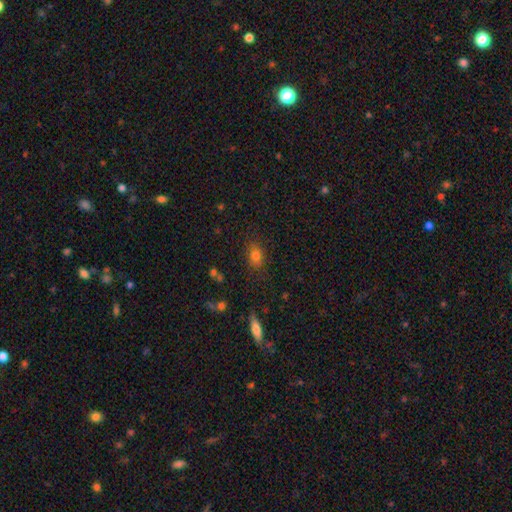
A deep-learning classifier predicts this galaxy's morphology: Smooth or featured? Predicted: smooth (p=0.79). How rounded? Predicted: in between (p=0.70). Merging? Predicted: none (p=0.82).